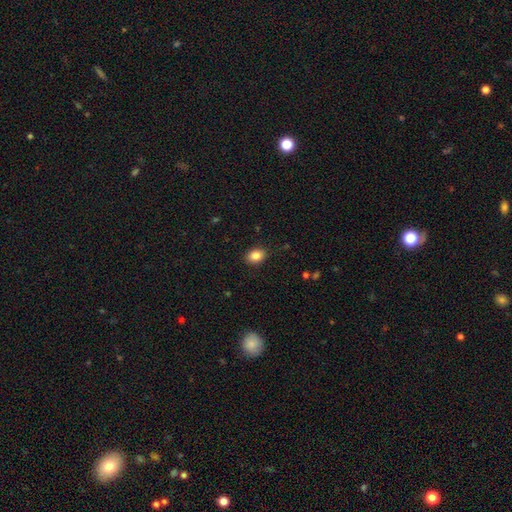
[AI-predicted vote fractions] smooth 85%, star or artifact 9%, featured or disk 6%. Down the decision tree: how rounded — in between (71%); merging — none (87%).